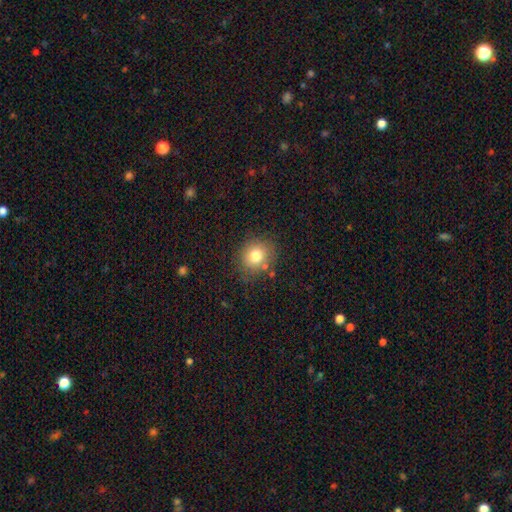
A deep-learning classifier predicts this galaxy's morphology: Smooth or featured: smooth — 78% (star or artifact — 12%)
How rounded: round — 77% (in between — 22%)
Merging: none — 79% (minor disturbance — 13%)